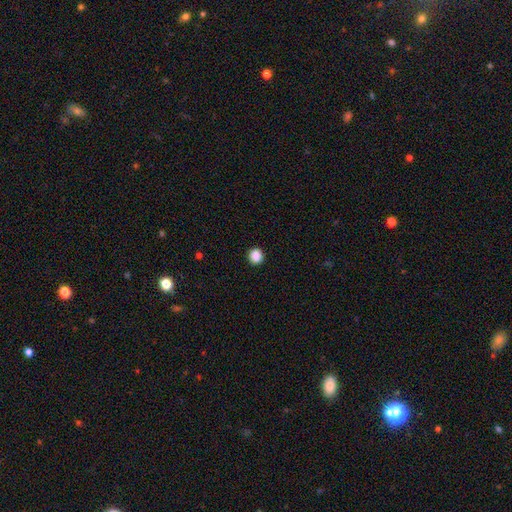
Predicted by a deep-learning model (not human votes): Smooth or featured? Predicted: smooth (p=0.88). How rounded? Predicted: round (p=0.90). Merging? Predicted: none (p=0.93).